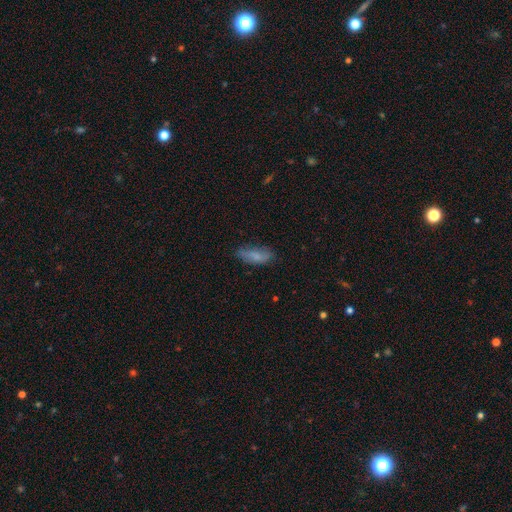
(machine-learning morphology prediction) This is likely a smooth galaxy (75%). How rounded: likely in between (72%). Merging: likely none (66%).